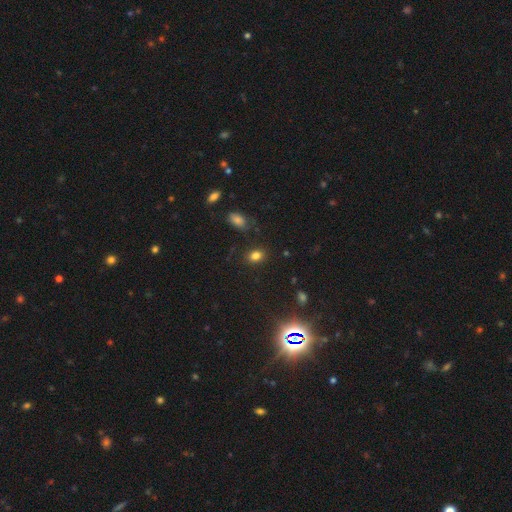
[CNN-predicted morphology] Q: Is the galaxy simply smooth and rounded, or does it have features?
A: smooth — 80%.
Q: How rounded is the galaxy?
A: in between — 73%.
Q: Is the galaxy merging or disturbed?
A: none — 85%.